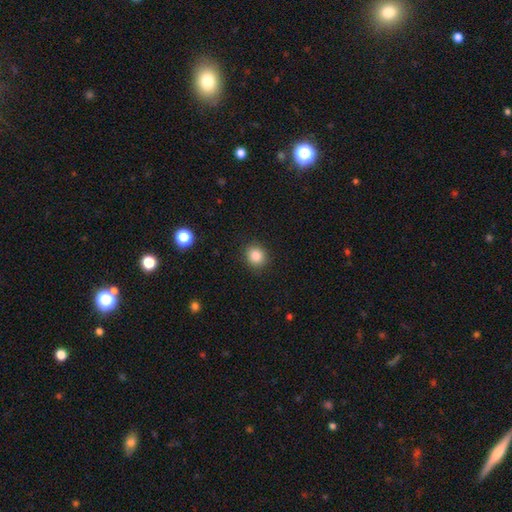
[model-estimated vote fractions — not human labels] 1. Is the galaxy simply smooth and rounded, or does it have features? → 85% smooth, 10% star or artifact, 5% featured or disk.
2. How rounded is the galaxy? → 81% round, 18% in between, 1% cigar-shaped.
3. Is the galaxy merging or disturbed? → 90% none, 7% minor disturbance, 2% major disturbance, 1% merger.